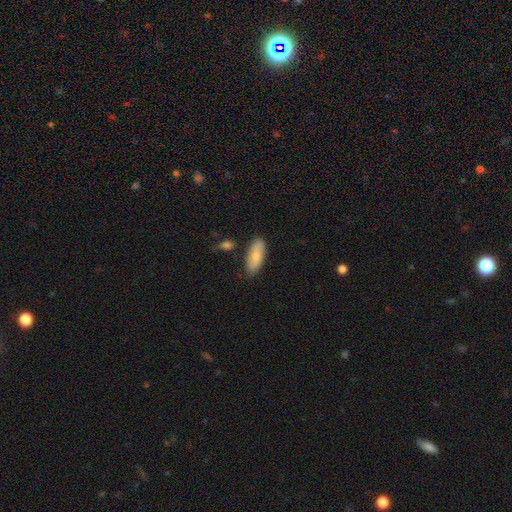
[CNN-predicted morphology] Smooth or featured: smooth — 79% (featured or disk — 15%)
How rounded: in between — 84% (cigar-shaped — 14%)
Merging: none — 79% (minor disturbance — 14%)